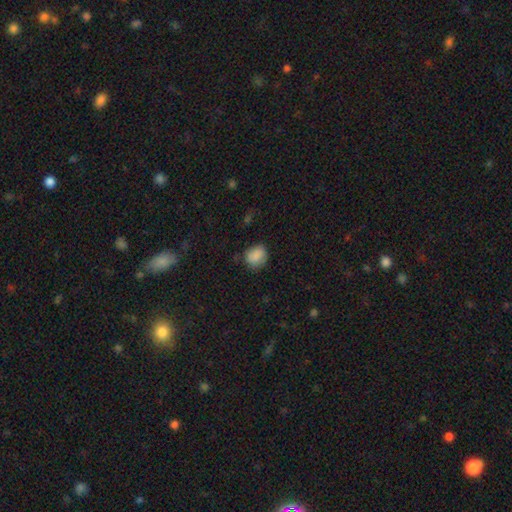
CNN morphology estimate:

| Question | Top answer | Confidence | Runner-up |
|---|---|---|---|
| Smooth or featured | smooth | 85% | star or artifact (8%) |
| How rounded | round | 55% | in between (44%) |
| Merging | none | 70% | minor disturbance (23%) |